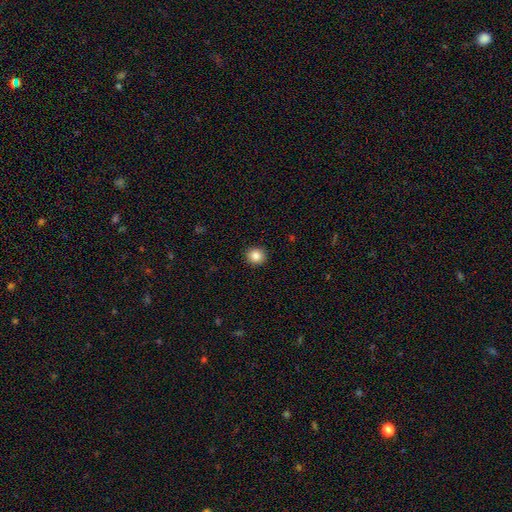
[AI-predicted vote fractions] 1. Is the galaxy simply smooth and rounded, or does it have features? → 86% smooth, 10% star or artifact, 4% featured or disk.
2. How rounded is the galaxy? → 91% round, 9% in between, 1% cigar-shaped.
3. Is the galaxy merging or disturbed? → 92% none, 5% minor disturbance, 2% major disturbance, 1% merger.